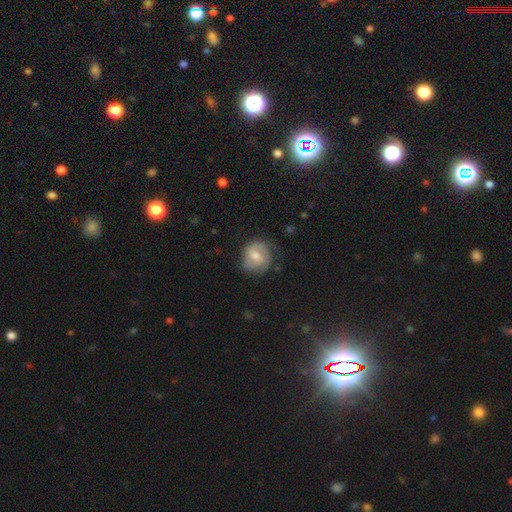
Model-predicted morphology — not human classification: Overall: smooth (47%; featured or disk 46%). Merging: none (65%).